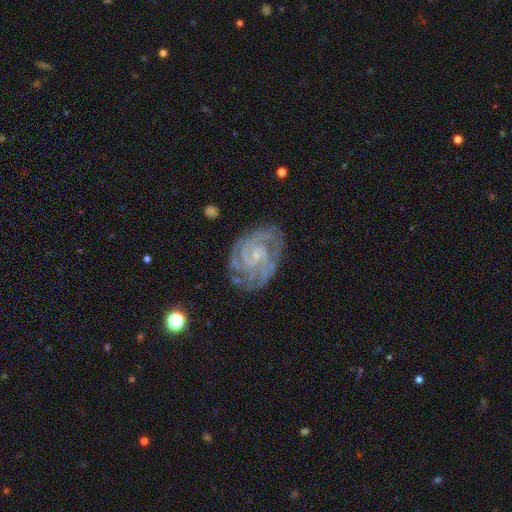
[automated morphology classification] This appears to be a featured or disk galaxy (90%) with no bar (55%), 3 (29%) tight (71%) spiral arms (98%) and a small central bulge (80%). Merging: none (74%).